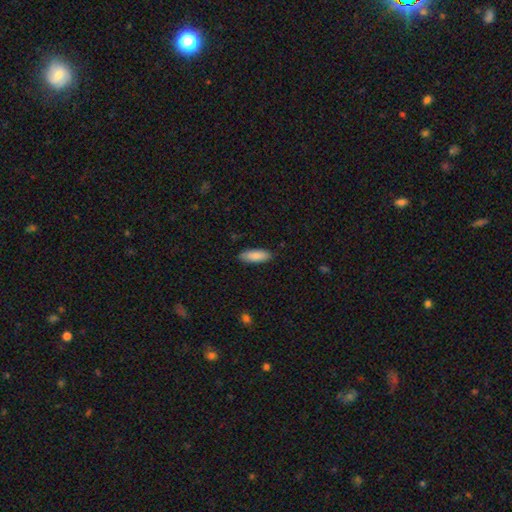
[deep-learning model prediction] Q: Smooth or featured?
A: smooth (88%); runner-up: featured or disk (6%)
Q: How rounded?
A: in between (67%); runner-up: cigar-shaped (31%)
Q: Merging?
A: none (87%); runner-up: minor disturbance (10%)